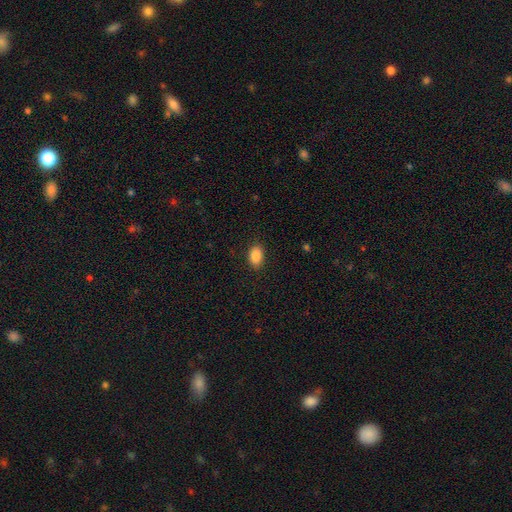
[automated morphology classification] A smooth galaxy with no disk features (87%) that is in between round and cigar-shaped (86%).

Vote fractions:
- Smooth or featured? smooth: 87% / star or artifact: 8% / featured or disk: 5%
- How rounded? in between: 86% / round: 13% / cigar-shaped: 1%
- Merging? none: 89% / minor disturbance: 8% / major disturbance: 2% / merger: 1%